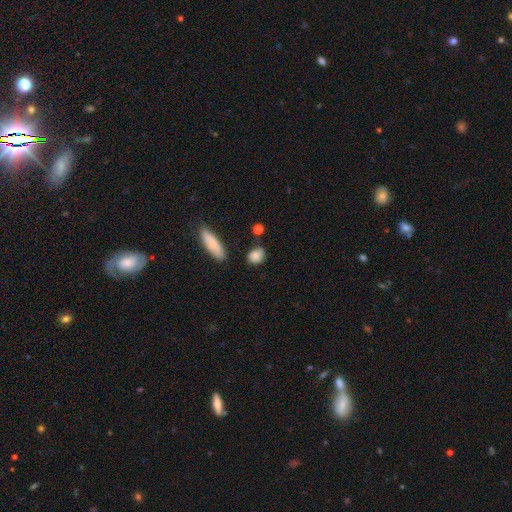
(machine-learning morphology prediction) This appears to be a smooth galaxy with no disk features (85%) that is in between round and cigar-shaped (57%). Merging: none (71%).